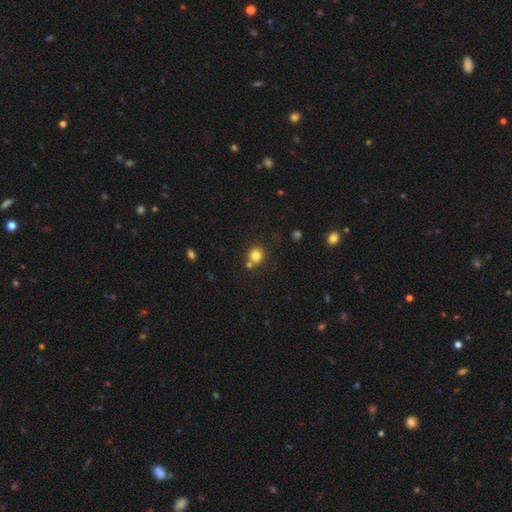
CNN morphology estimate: A smooth galaxy with no disk features (80%) that is round (91%). Merging: none (72%).